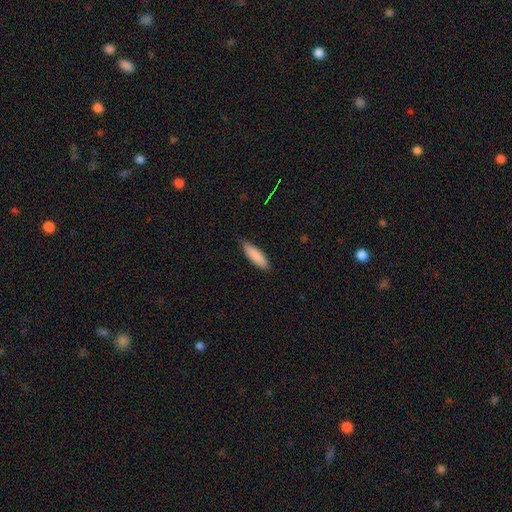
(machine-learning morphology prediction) This is clearly a smooth galaxy (88%). How rounded: likely cigar-shaped (61%). Merging: clearly none (83%).